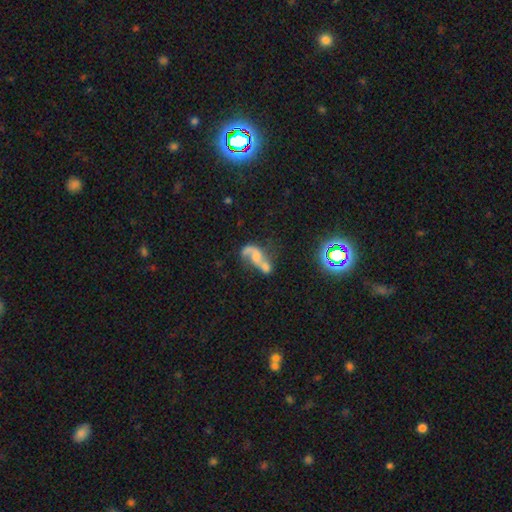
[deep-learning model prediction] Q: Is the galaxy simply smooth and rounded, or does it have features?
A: featured or disk — 62%.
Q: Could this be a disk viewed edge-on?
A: no — 96%.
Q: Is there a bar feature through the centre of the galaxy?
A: no — 63%.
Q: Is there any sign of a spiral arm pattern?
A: yes — 77%.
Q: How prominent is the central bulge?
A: none — 34%.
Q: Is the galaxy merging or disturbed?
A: merger — 54%.